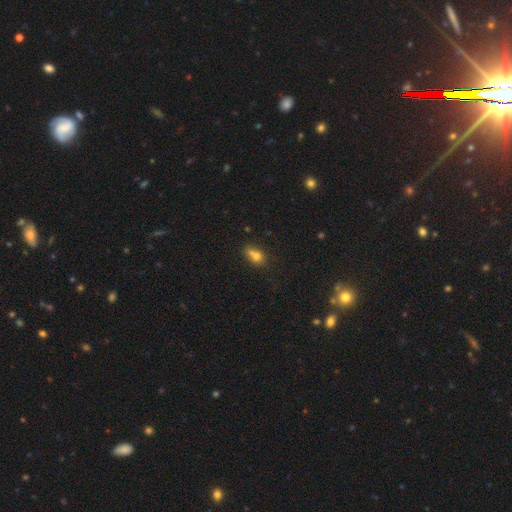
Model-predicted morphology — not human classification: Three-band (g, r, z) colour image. It shows a smooth galaxy with no disk features (70%) that is in between round and cigar-shaped (56%). Merging: merger (38%).